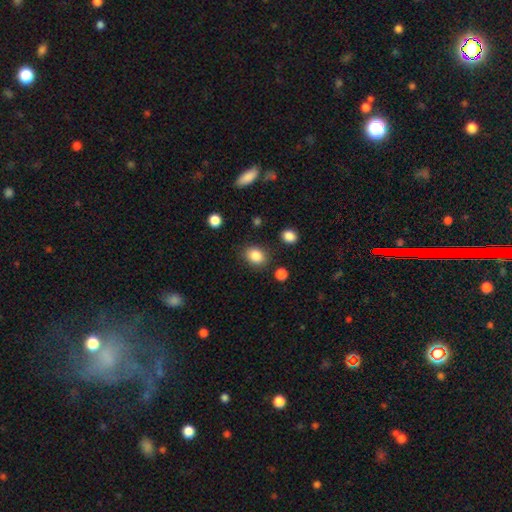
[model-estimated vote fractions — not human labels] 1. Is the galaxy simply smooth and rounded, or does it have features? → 86% smooth, 9% star or artifact, 5% featured or disk.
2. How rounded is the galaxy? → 55% in between, 44% round, 1% cigar-shaped.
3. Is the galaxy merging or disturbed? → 82% none, 11% minor disturbance, 4% major disturbance, 3% merger.